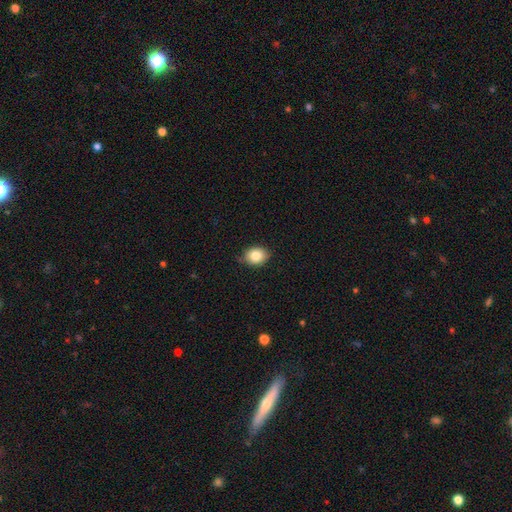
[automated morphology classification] smooth_or_featured: smooth (p=0.83) [alt: star or artifact p=0.09]
how_rounded: in between (p=0.52) [alt: round p=0.47]
merging: none (p=0.82) [alt: minor disturbance p=0.14]